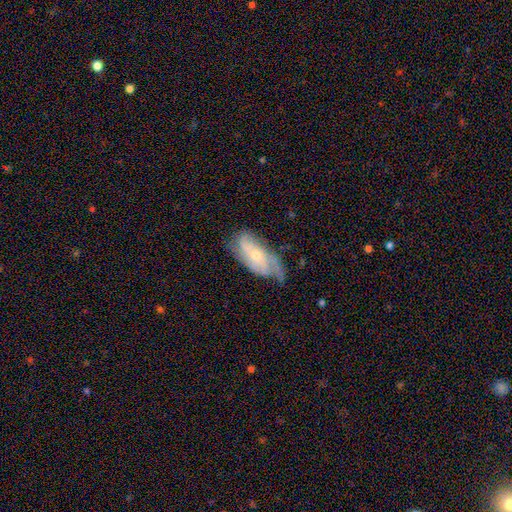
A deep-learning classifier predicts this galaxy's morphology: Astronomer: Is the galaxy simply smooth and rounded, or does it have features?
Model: featured or disk — 76%.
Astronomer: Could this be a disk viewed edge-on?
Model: no — 93%.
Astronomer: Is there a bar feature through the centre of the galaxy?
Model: no — 67%.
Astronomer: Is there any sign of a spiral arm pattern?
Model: yes — 93%.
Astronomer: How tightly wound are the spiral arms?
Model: medium — 42% (runner-up: tight, 40%).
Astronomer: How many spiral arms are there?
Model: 2 — 36% (runner-up: 3, 25%).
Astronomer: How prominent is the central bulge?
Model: small — 60% (runner-up: moderate, 36%).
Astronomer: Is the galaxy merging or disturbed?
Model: none — 57%.